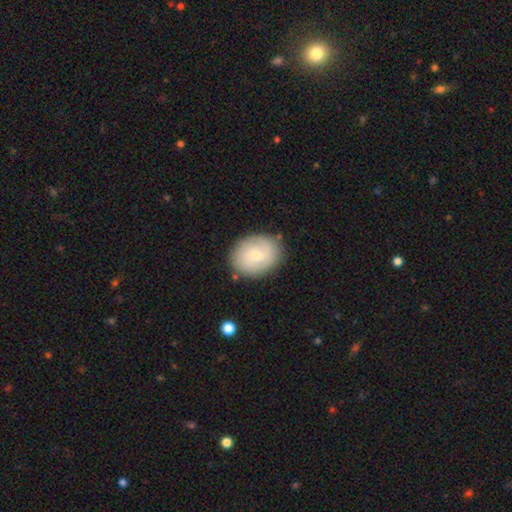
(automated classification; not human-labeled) This appears to be a smooth galaxy with no disk features (57%) that is round (50%). Merging: none (81%).